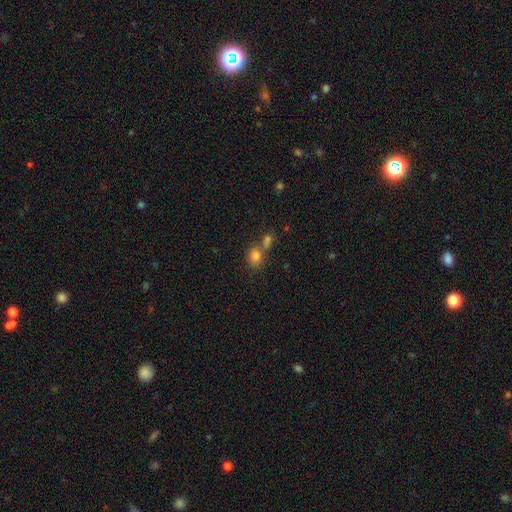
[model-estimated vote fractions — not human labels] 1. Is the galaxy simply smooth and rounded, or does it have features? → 79% smooth, 12% star or artifact, 8% featured or disk.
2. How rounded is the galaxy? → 51% in between, 48% round, 1% cigar-shaped.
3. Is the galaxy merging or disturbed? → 47% none, 38% merger, 11% minor disturbance, 4% major disturbance.